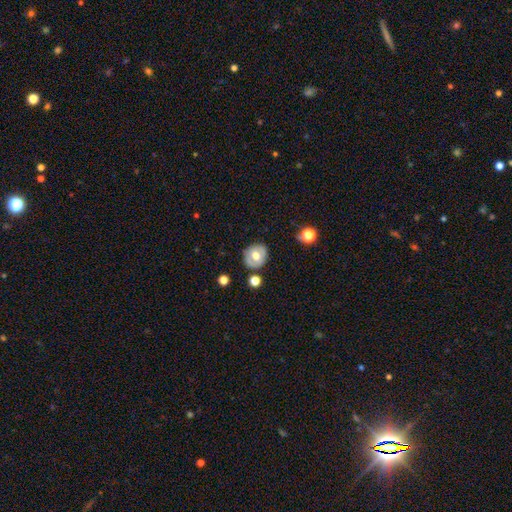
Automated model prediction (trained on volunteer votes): Smooth or featured?
  - smooth: 57% *
  - featured or disk: 34%
  - star or artifact: 8%
How rounded?
  - round: 80% *
  - in between: 19%
  - cigar-shaped: 1%
Merging?
  - none: 79% *
  - minor disturbance: 13%
  - merger: 4%
  - major disturbance: 3%